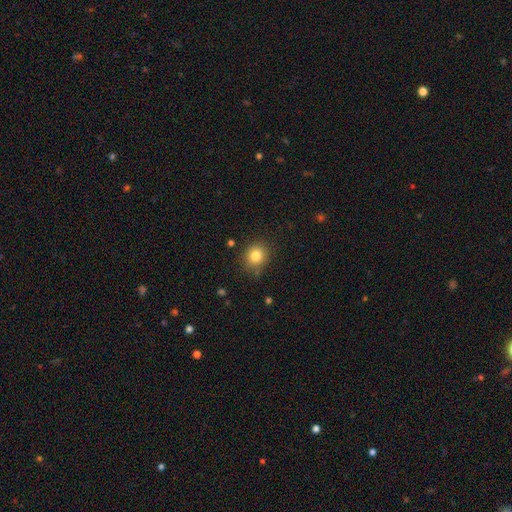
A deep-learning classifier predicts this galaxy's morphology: smooth 81%, star or artifact 12%, featured or disk 7%. Down the decision tree: how rounded — round (81%); merging — none (82%).